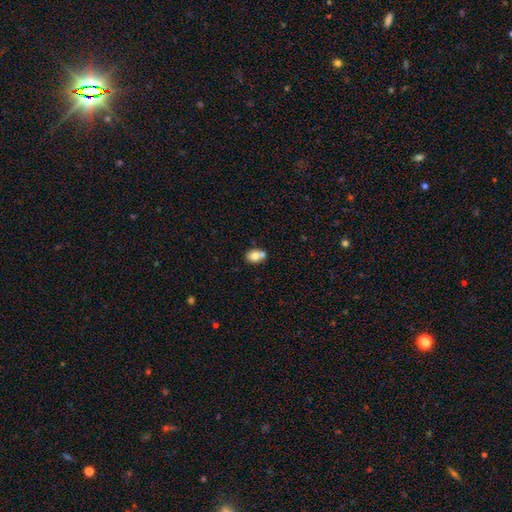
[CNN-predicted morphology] smooth 78%, featured or disk 13%, star or artifact 9%. Down the decision tree: how rounded — in between (55%); merging — none (46%).